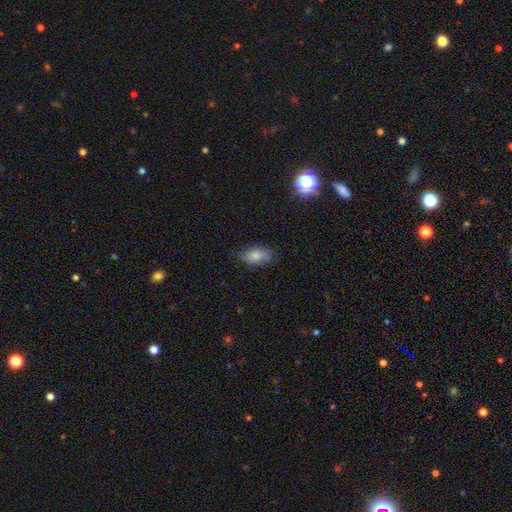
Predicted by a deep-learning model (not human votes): smooth 82%, featured or disk 10%, star or artifact 8%. Down the decision tree: how rounded — in between (91%); merging — none (76%).